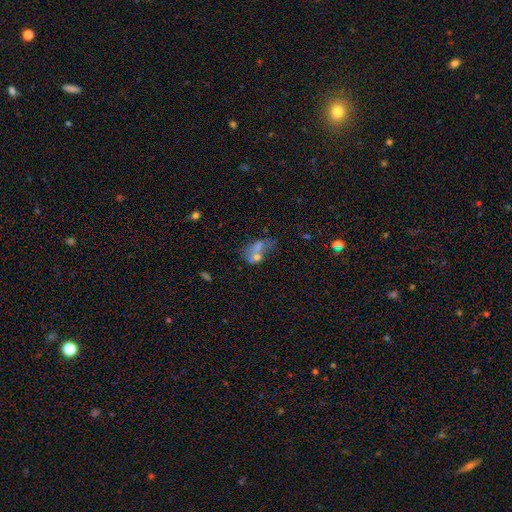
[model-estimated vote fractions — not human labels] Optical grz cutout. It shows a smooth galaxy with no disk features (52%) that is in between round and cigar-shaped (72%). Merging: merger (52%).